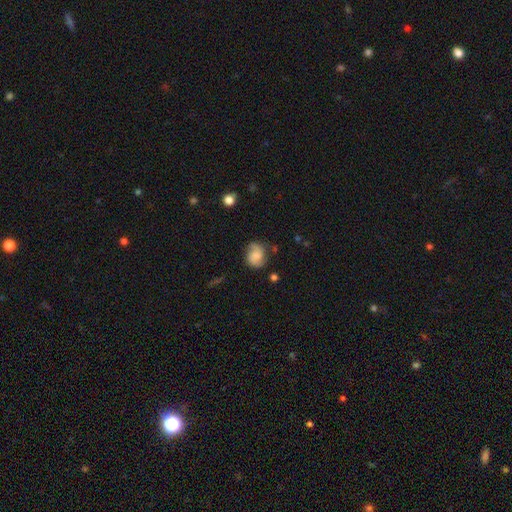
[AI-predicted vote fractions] smooth_or_featured: smooth (p=0.45) [tied with: featured or disk p=0.45]
merging: none (p=0.63) [alt: minor disturbance p=0.25]